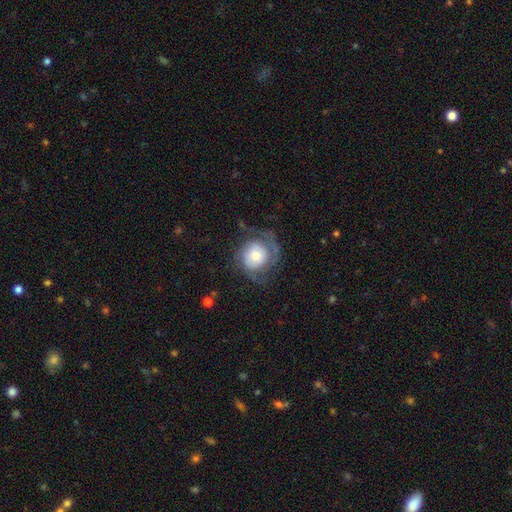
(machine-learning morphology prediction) smooth-or-featured: featured or disk: 56% | smooth: 37% | star or artifact: 7%
  disk-edge-on: no: 97% | yes: 3%
    bar: no: 78% | weak: 18% | strong: 4%
    has-spiral-arms: yes: 79% | no: 21%
    bulge-size: moderate: 53% | small: 25% | large: 17% | dominant: 3% | none: 2%
  merging: none: 53% | major disturbance: 23% | minor disturbance: 22% | merger: 2%